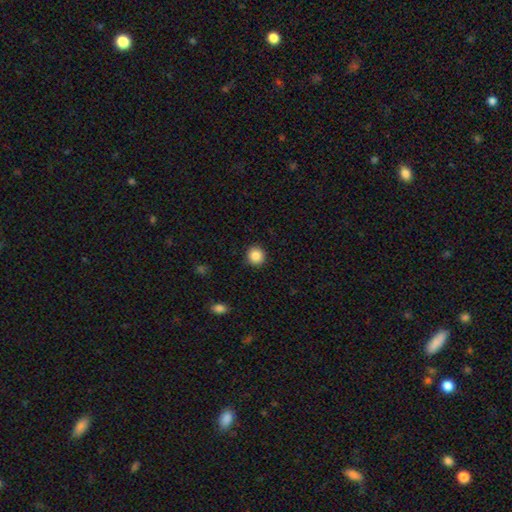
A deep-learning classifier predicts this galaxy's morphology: type=smooth (87%); roundness=round (93%); merging=none (92%).